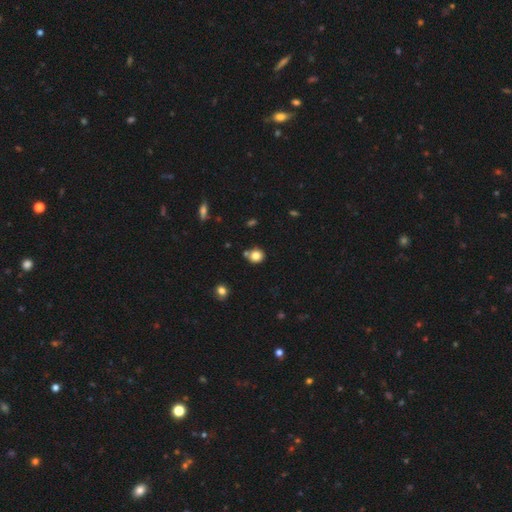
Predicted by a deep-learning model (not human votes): smooth 82%, star or artifact 11%, featured or disk 7%. Down the decision tree: how rounded — round (87%); merging — none (73%).